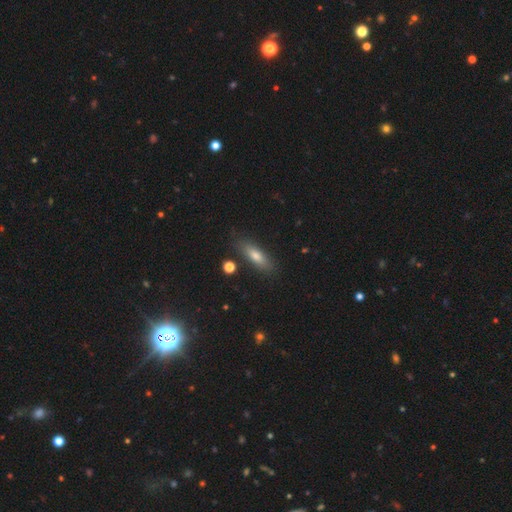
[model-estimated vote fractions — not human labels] Smooth or featured? smooth (69%)
How rounded? cigar-shaped (53%)
Merging? none (83%)